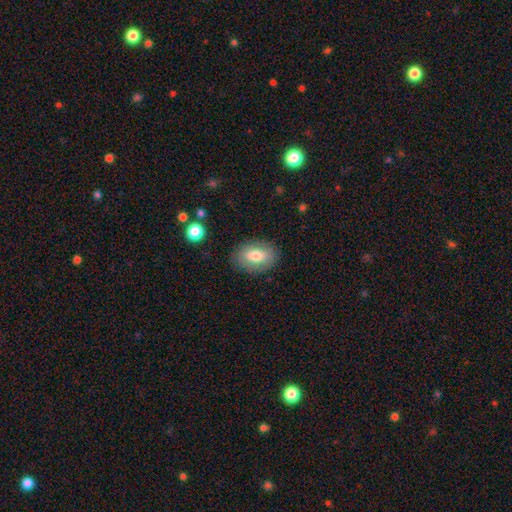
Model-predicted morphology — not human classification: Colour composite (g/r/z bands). It shows a smooth galaxy with no disk features (72%) that is in between round and cigar-shaped (86%). Merging: none (84%).